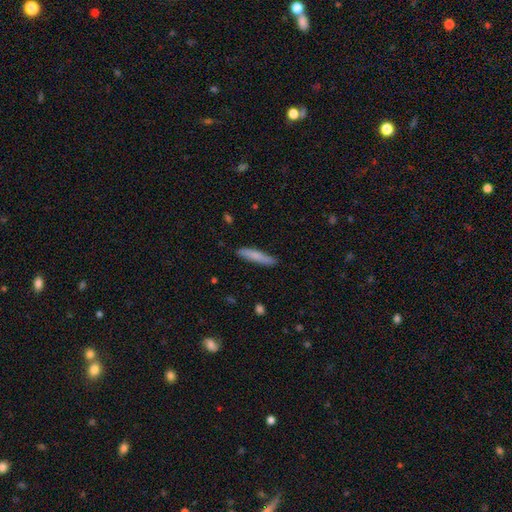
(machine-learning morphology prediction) Smooth or featured? smooth (77%)
How rounded? cigar-shaped (91%)
Merging? none (88%)